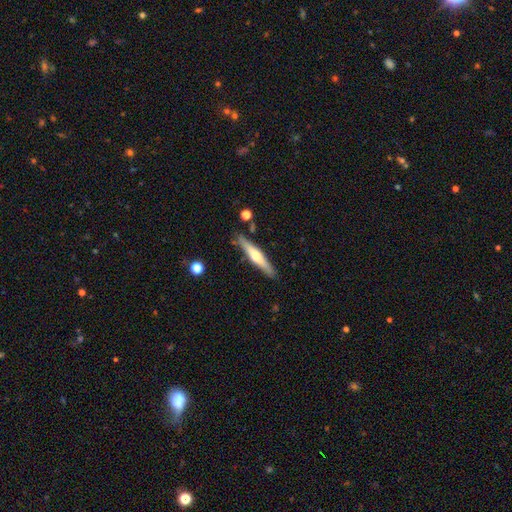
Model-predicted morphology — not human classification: A featured or disk galaxy (55%) viewed edge-on (96%) with a rounded central bulge (84%). Merging: none (85%).